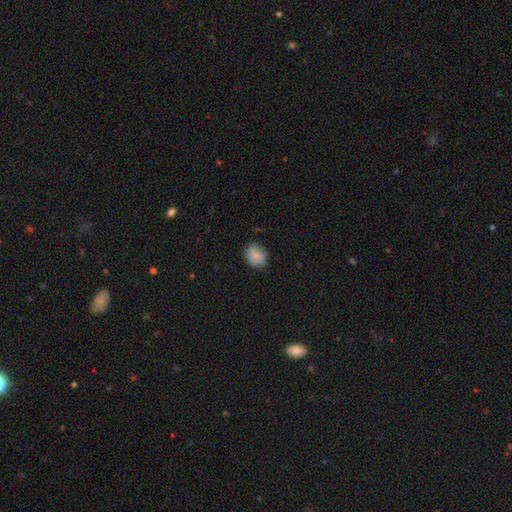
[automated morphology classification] Smooth or featured: smooth — 87% (star or artifact — 8%)
How rounded: round — 58% (in between — 41%)
Merging: none — 83% (minor disturbance — 14%)